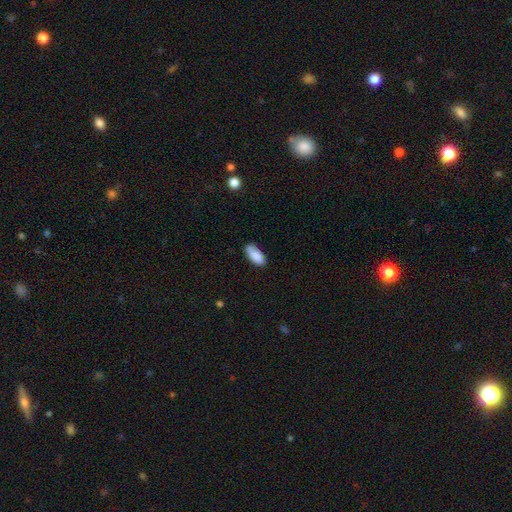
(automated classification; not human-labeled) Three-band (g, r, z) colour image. It shows a smooth galaxy with no disk features (85%) that is in between round and cigar-shaped (90%). Merging: none (74%).